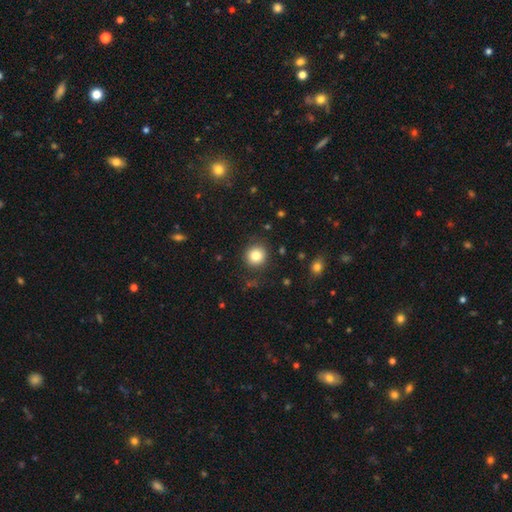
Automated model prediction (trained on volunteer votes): smooth 83%, star or artifact 11%, featured or disk 6%. Down the decision tree: how rounded — round (92%); merging — none (89%).